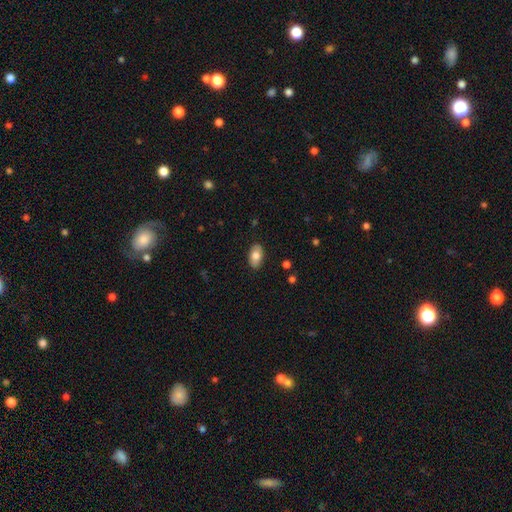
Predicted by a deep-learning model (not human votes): Morphology: type=smooth (78%); roundness=in between (93%); merging=none (87%).